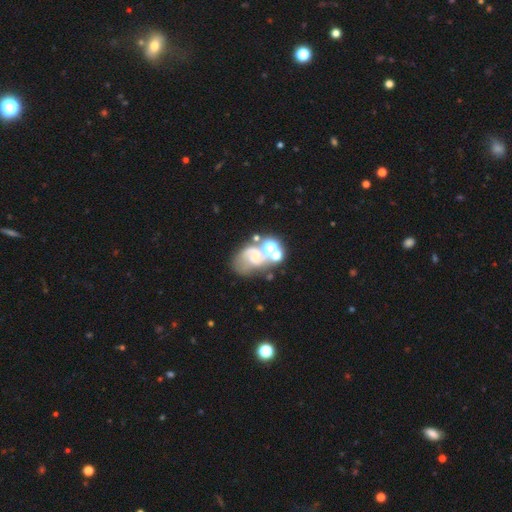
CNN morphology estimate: type=featured or disk (54%); edge-on=no (97%); bar=no (63%); spiral arms=yes (68%); bulge=small (37%); merging=none (30%, tied with merger).